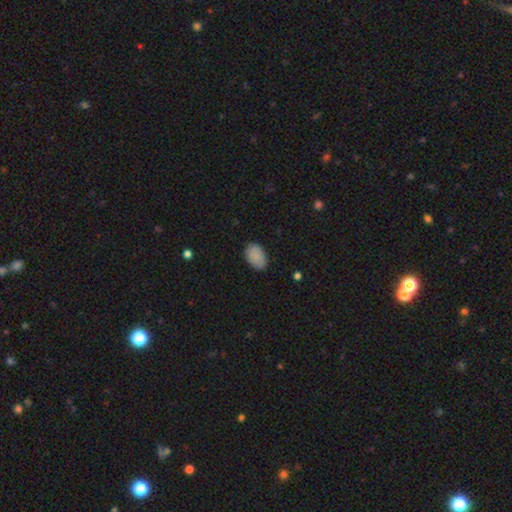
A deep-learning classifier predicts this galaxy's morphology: smooth-or-featured: smooth: 89% | star or artifact: 7% | featured or disk: 4%
  how-rounded: in between: 89% | round: 10% | cigar-shaped: 1%
  merging: none: 84% | minor disturbance: 12% | major disturbance: 2% | merger: 1%